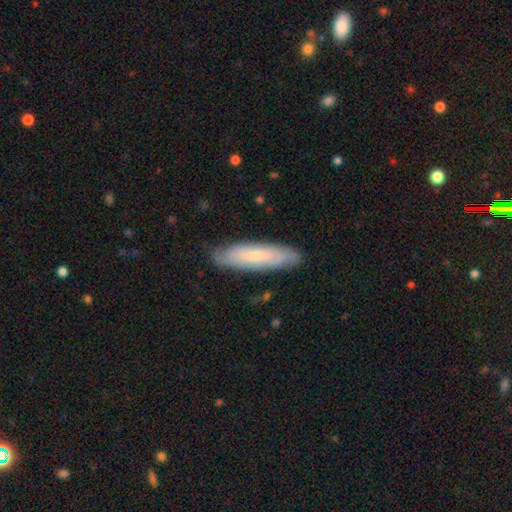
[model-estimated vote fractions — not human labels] Smooth or featured? smooth (59%)
How rounded? cigar-shaped (65%)
Merging? none (83%)